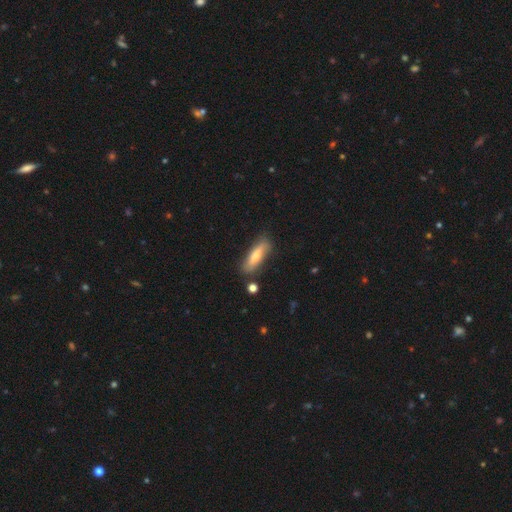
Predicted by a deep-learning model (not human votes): smooth-or-featured: smooth: 67% | featured or disk: 27% | star or artifact: 6%
  how-rounded: cigar-shaped: 62% | in between: 36% | round: 2%
  merging: none: 80% | minor disturbance: 14% | merger: 3% | major disturbance: 3%